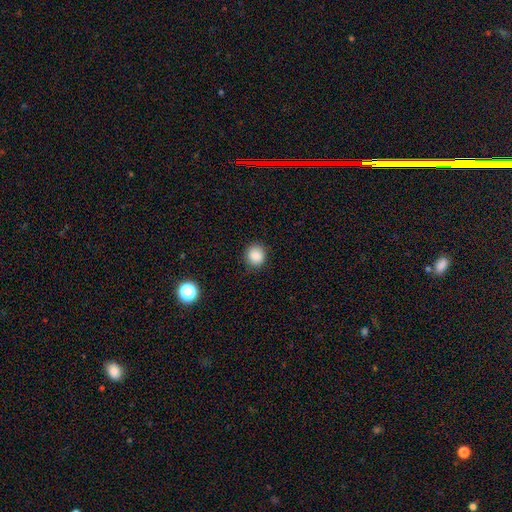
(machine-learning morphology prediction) Smooth or featured: smooth — 87% (star or artifact — 10%)
How rounded: round — 84% (in between — 16%)
Merging: none — 87% (minor disturbance — 9%)